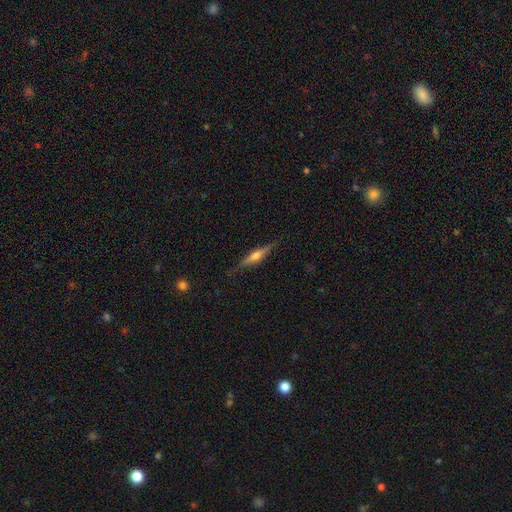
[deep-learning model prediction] Q: Smooth or featured?
A: featured or disk (66%); runner-up: smooth (28%)
Q: Edge-on disk?
A: yes (97%); runner-up: no (3%)
Q: Edge-on bulge?
A: rounded (84%); runner-up: boxy (10%)
Q: Merging?
A: none (86%); runner-up: minor disturbance (11%)